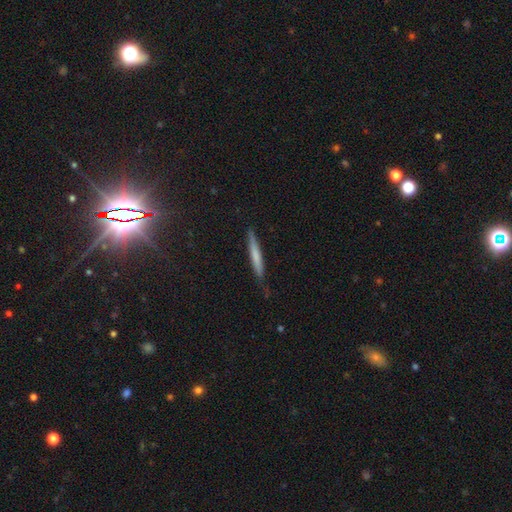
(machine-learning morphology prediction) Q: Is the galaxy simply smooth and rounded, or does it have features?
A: smooth — 64%.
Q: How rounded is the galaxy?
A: cigar-shaped — 95%.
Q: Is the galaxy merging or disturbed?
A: none — 81%.